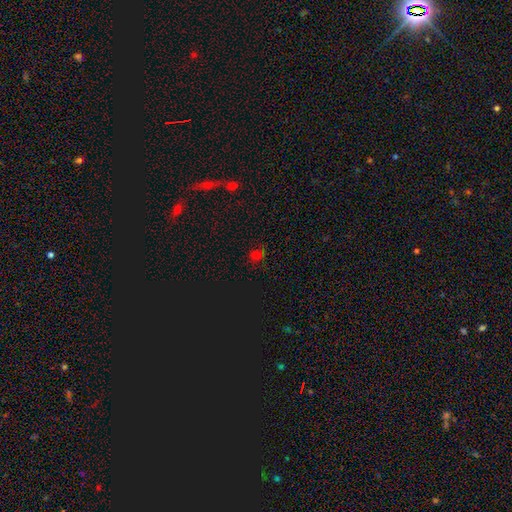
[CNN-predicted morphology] type=star or artifact (50%).